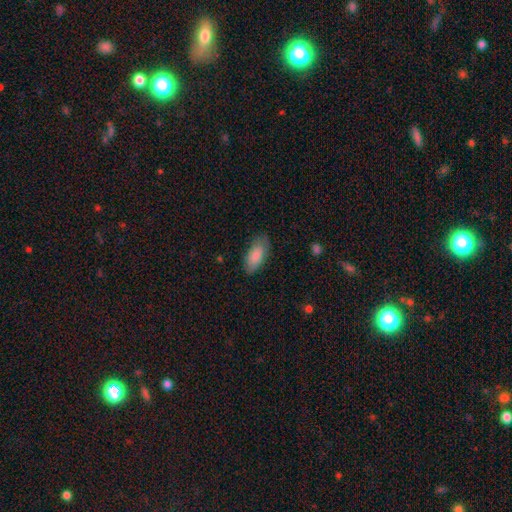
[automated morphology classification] smooth 85%, featured or disk 9%, star or artifact 6%. Down the decision tree: how rounded — in between (89%); merging — none (78%).